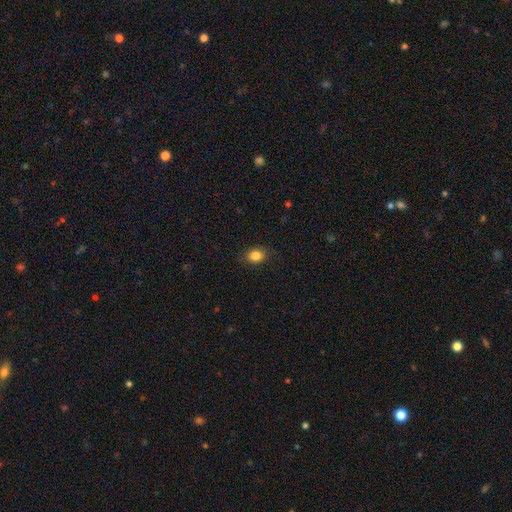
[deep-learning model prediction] Smooth or featured? smooth (85%)
How rounded? in between (55%)
Merging? none (87%)